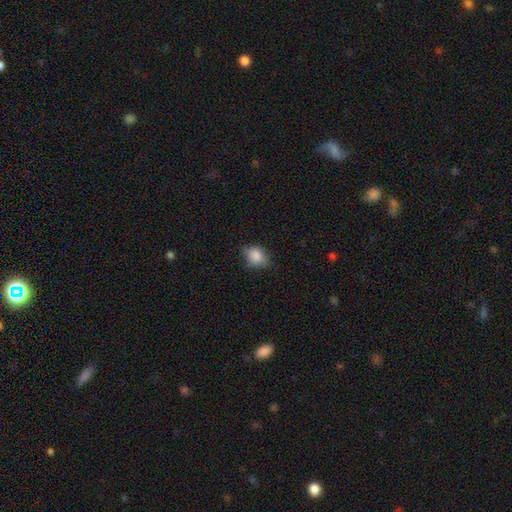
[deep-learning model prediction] smooth_or_featured: smooth (p=0.84) [alt: star or artifact p=0.09]
how_rounded: in between (p=0.51) [alt: round p=0.48]
merging: none (p=0.67) [alt: minor disturbance p=0.27]